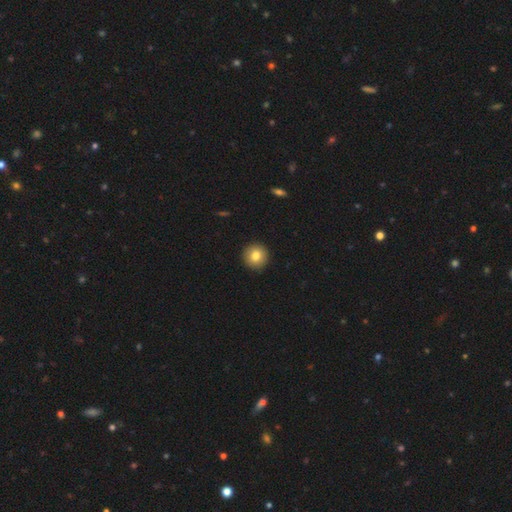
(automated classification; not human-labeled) Q: Smooth or featured?
A: smooth (82%); runner-up: featured or disk (10%)
Q: How rounded?
A: round (95%); runner-up: in between (4%)
Q: Merging?
A: none (93%); runner-up: minor disturbance (5%)